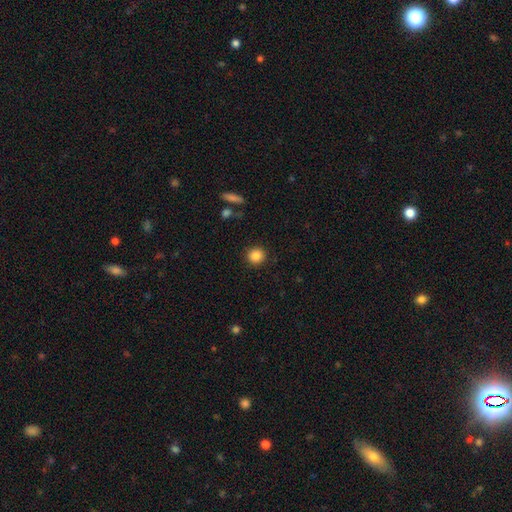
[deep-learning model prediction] smooth-or-featured: smooth: 86% | star or artifact: 10% | featured or disk: 4%
  how-rounded: round: 92% | in between: 7% | cigar-shaped: 1%
  merging: none: 91% | minor disturbance: 6% | major disturbance: 2% | merger: 1%